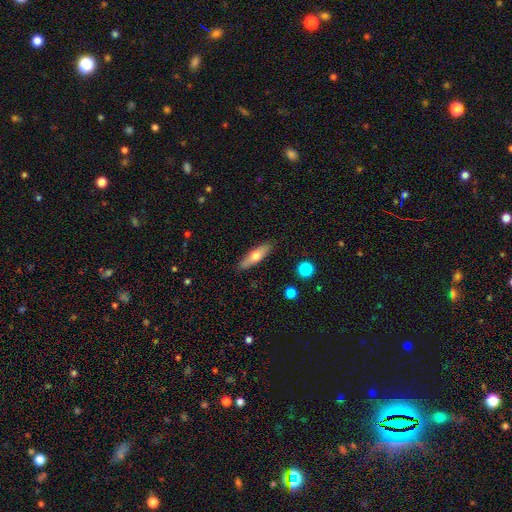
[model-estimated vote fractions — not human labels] smooth_or_featured: smooth (p=0.58) [alt: featured or disk p=0.36]
how_rounded: cigar-shaped (p=0.60) [alt: in between p=0.38]
merging: none (p=0.87) [alt: minor disturbance p=0.10]